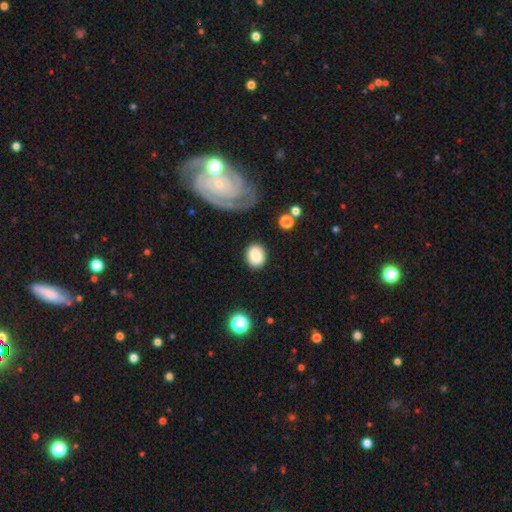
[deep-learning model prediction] smooth_or_featured: smooth (p=0.82) [alt: featured or disk p=0.10]
how_rounded: round (p=0.56) [alt: in between p=0.43]
merging: none (p=0.84) [alt: minor disturbance p=0.10]